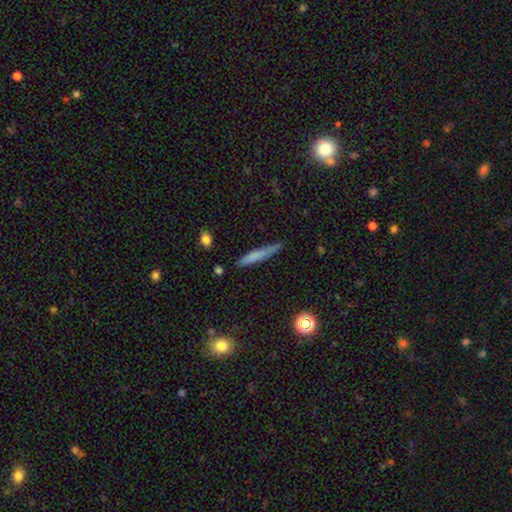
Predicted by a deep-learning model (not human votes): The model was most divided on "smooth or featured": smooth: 66%, featured or disk: 26%, star or artifact: 8%. More confident: how rounded — cigar-shaped (94%); merging — none (79%).